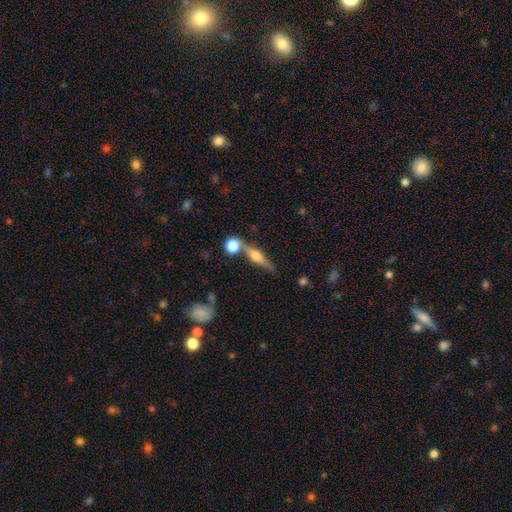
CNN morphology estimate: The model was most divided on "smooth or featured": featured or disk: 68%, smooth: 24%, star or artifact: 8%. More confident: edge-on disk — yes (95%); edge-on bulge — rounded (93%); merging — none (70%).